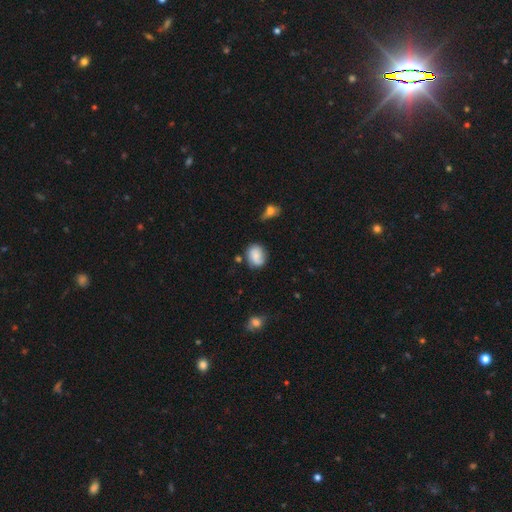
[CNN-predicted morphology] smooth-or-featured: smooth: 65% | featured or disk: 26% | star or artifact: 9%
  how-rounded: round: 50% | in between: 49% | cigar-shaped: 1%
  merging: none: 67% | minor disturbance: 23% | major disturbance: 5% | merger: 5%